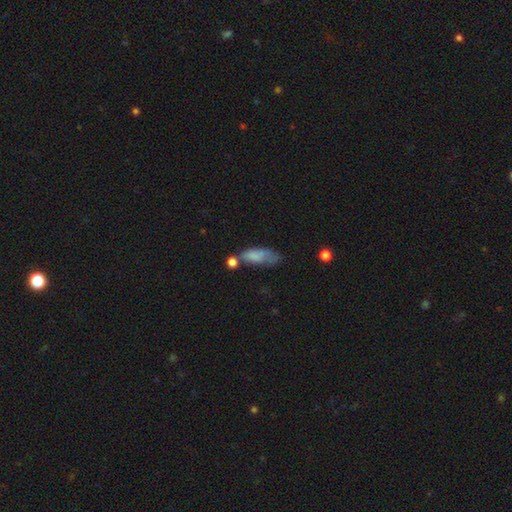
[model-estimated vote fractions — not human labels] smooth_or_featured: smooth (p=0.67) [alt: featured or disk p=0.23]
how_rounded: in between (p=0.68) [alt: cigar-shaped p=0.29]
merging: none (p=0.34) [alt: minor disturbance p=0.27]